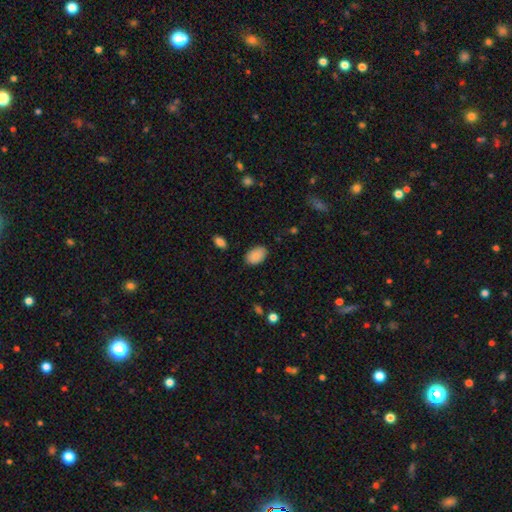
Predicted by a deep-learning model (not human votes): Overall: smooth (89%). How rounded: in between (91%). Merging: none (85%).